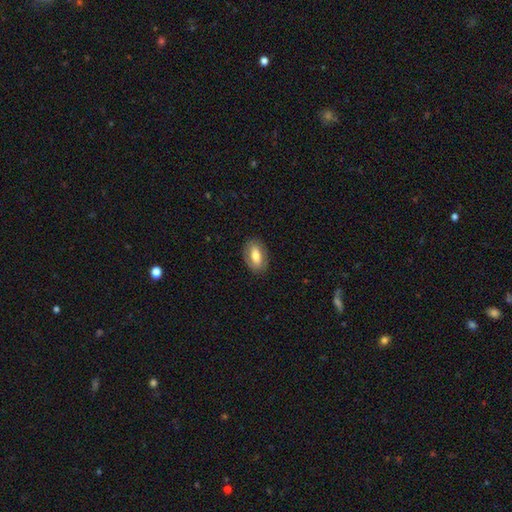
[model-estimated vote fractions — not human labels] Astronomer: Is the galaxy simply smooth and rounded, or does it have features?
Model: smooth — 64%.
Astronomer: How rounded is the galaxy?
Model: in between — 90%.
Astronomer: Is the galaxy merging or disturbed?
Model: none — 84%.